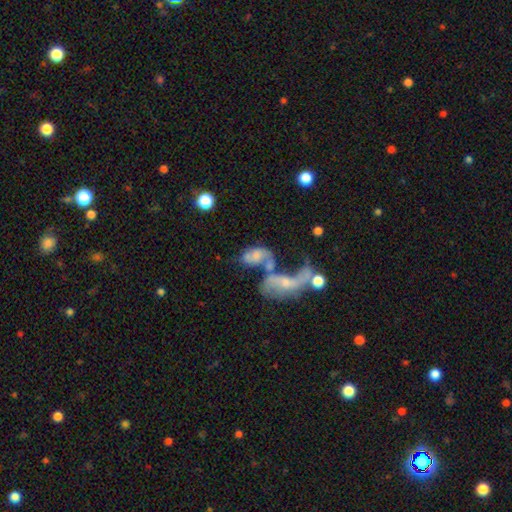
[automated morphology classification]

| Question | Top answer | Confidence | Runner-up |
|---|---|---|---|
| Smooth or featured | featured or disk | 47% | smooth (41%) |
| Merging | merger | 64% | major disturbance (15%) |